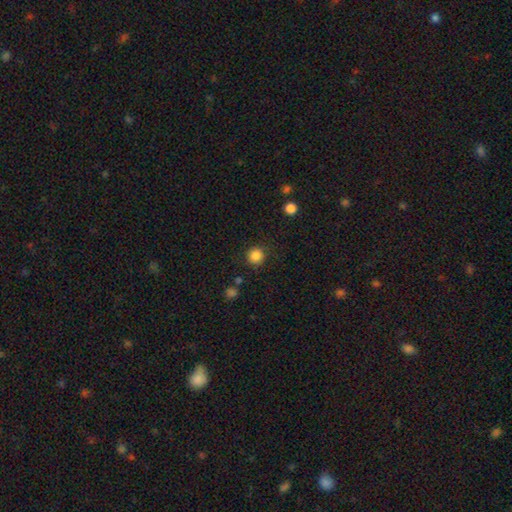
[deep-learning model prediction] Q: Smooth or featured?
A: smooth (85%); runner-up: star or artifact (11%)
Q: How rounded?
A: round (94%); runner-up: in between (5%)
Q: Merging?
A: none (86%); runner-up: minor disturbance (8%)